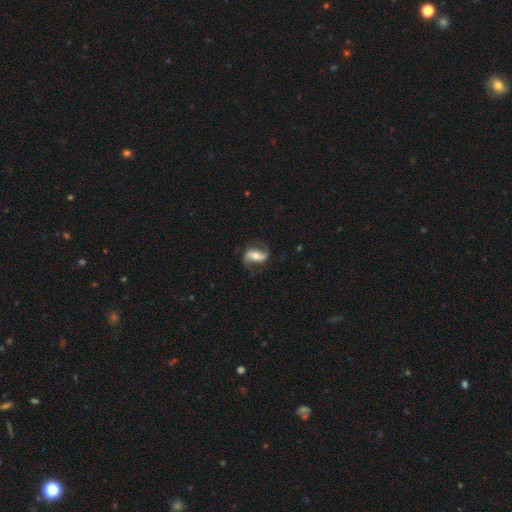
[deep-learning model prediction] Smooth or featured?
  - featured or disk: 79% *
  - smooth: 15%
  - star or artifact: 6%
Edge-on disk?
  - no: 95% *
  - yes: 5%
Bar?
  - strong: 41% *
  - weak: 31%
  - no: 28%
Spiral arms?
  - yes: 93% *
  - no: 7%
Spiral winding?
  - loose: 61% *
  - medium: 29%
  - tight: 10%
Spiral arm count?
  - 2: 91% *
  - can't tell: 3%
  - 1: 3%
  - 3: 1%
  - 4: 1%
  - more than 4: 1%
Bulge size?
  - moderate: 64% *
  - small: 24%
  - large: 8%
  - none: 2%
  - dominant: 1%
Merging?
  - none: 76% *
  - minor disturbance: 15%
  - major disturbance: 8%
  - merger: 1%